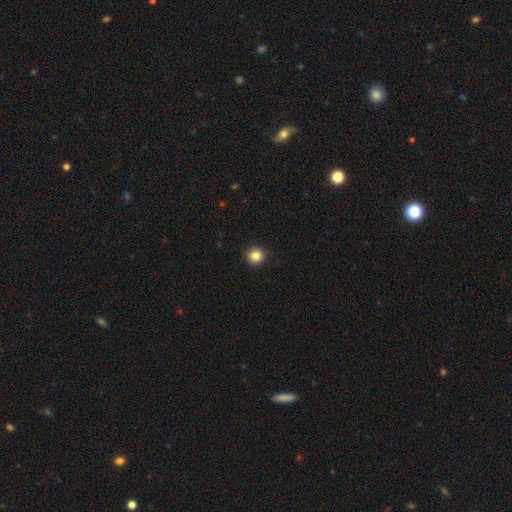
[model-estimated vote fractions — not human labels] A smooth galaxy with no disk features (85%) that is round (95%).

Vote fractions:
- Smooth or featured? smooth: 85% / star or artifact: 11% / featured or disk: 4%
- How rounded? round: 95% / in between: 4% / cigar-shaped: 1%
- Merging? none: 93% / minor disturbance: 4% / major disturbance: 2% / merger: 1%